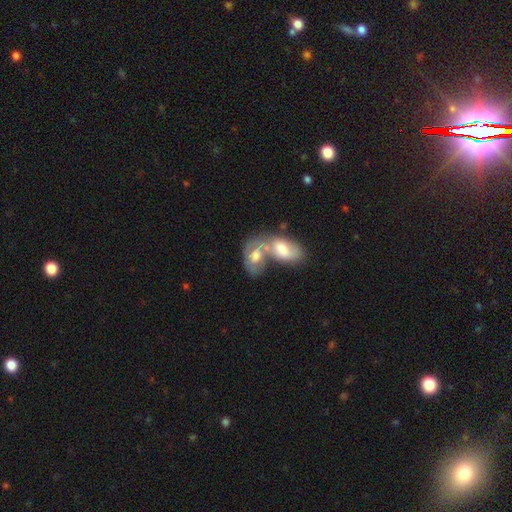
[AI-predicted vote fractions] Overall: smooth (51%; featured or disk 43%). How rounded: in between (89%). Merging: merger (70%).